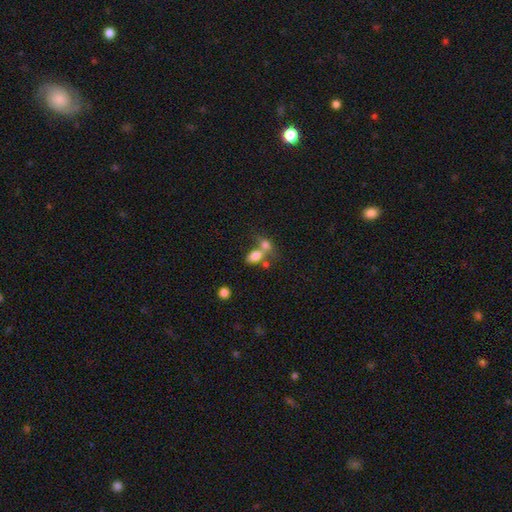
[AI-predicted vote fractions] A smooth galaxy with no disk features (77%) that is in between round and cigar-shaped (83%).

Vote fractions:
- Smooth or featured? smooth: 77% / featured or disk: 13% / star or artifact: 11%
- How rounded? in between: 83% / round: 14% / cigar-shaped: 3%
- Merging? merger: 56% / none: 27% / minor disturbance: 10% / major disturbance: 7%